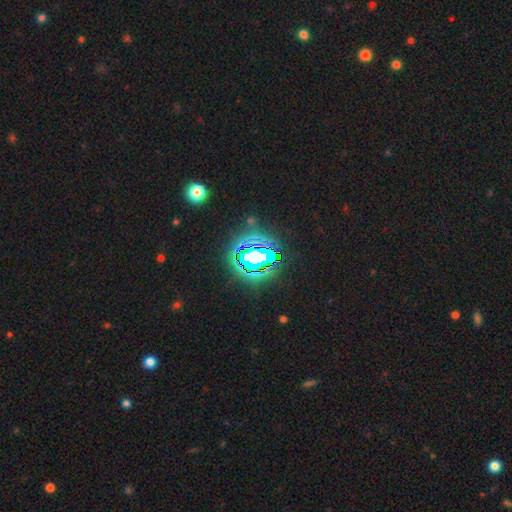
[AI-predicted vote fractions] Smooth or featured? star or artifact (74%)